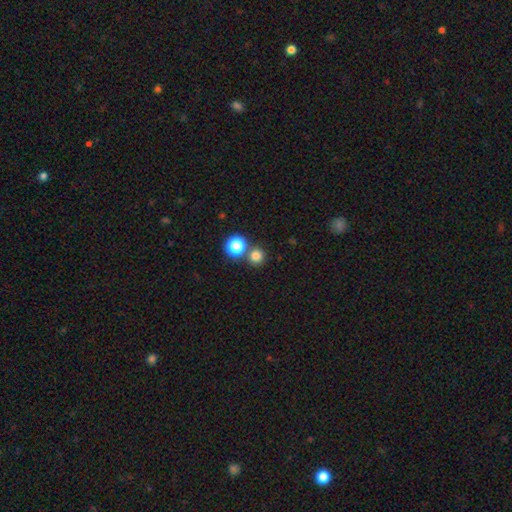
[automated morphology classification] This appears to be a smooth galaxy with no disk features (78%) that is round (93%). Merging: none (74%).